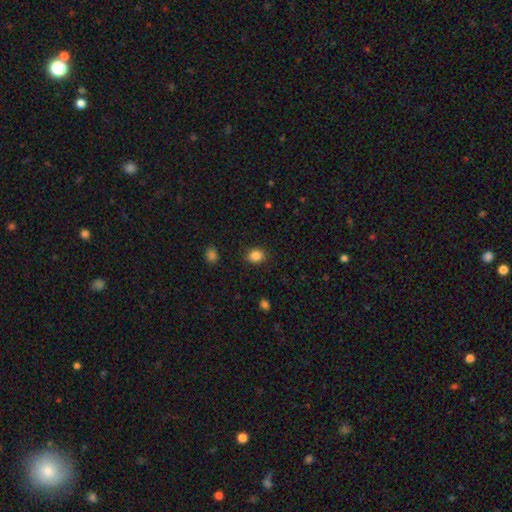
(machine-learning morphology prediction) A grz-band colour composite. It shows a smooth galaxy with no disk features (86%) that is round (57%). Merging: none (87%).